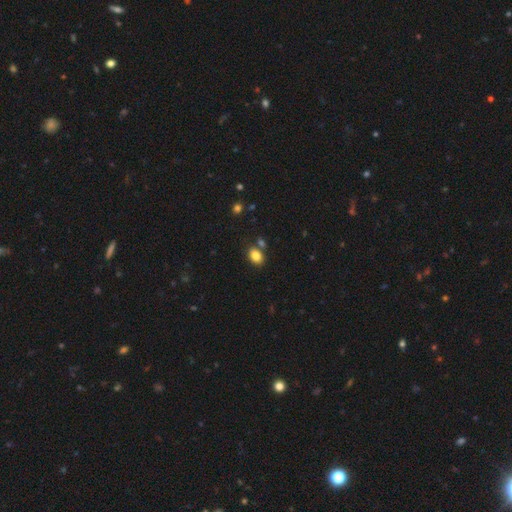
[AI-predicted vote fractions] Overall: smooth (84%). How rounded: in between (71%). Merging: none (71%).